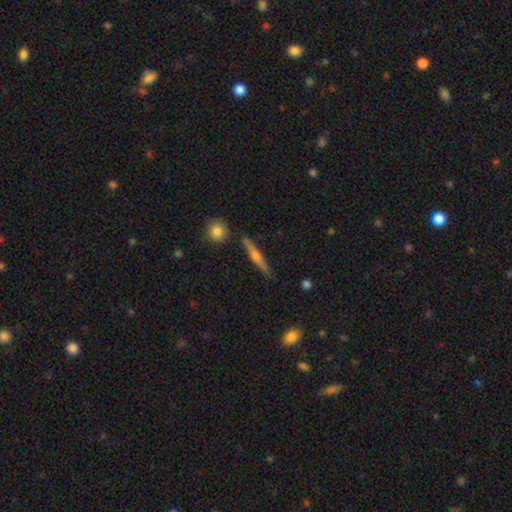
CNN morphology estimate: Smooth or featured: featured or disk — 69% (smooth — 25%)
Edge-on disk: yes — 97% (no — 3%)
Edge-on bulge: rounded — 90% (none — 6%)
Merging: none — 88% (minor disturbance — 8%)